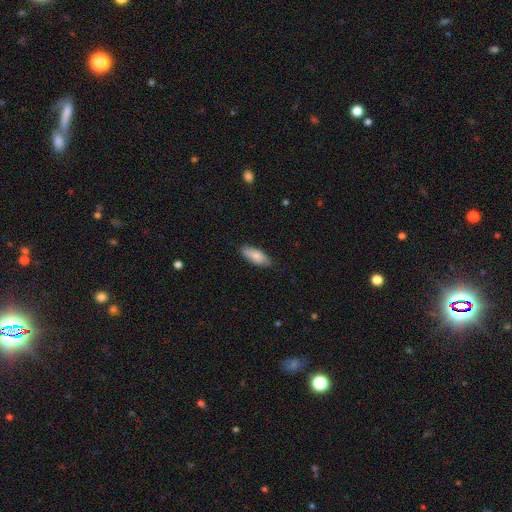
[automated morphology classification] smooth 80%, featured or disk 14%, star or artifact 6%. Down the decision tree: how rounded — in between (76%); merging — none (79%).